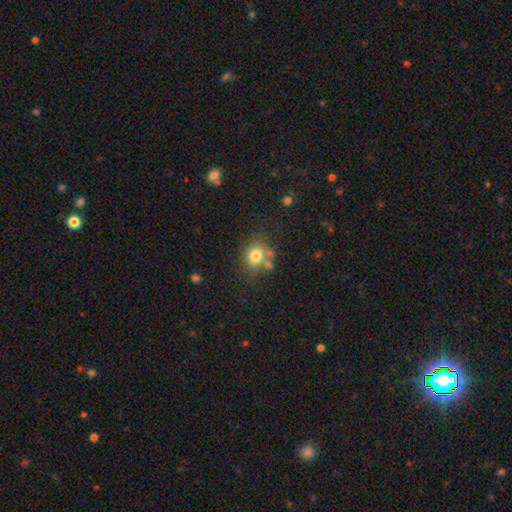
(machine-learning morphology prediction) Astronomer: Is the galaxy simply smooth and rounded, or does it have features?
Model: smooth — 77%.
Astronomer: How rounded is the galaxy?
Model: round — 71%.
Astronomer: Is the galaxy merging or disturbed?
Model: none — 63%.